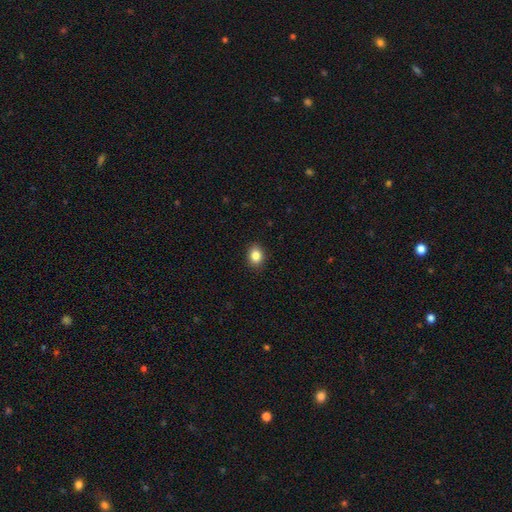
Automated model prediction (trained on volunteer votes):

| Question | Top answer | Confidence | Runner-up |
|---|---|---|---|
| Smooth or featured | smooth | 84% | star or artifact (10%) |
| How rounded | in between | 58% | round (41%) |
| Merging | none | 90% | minor disturbance (7%) |